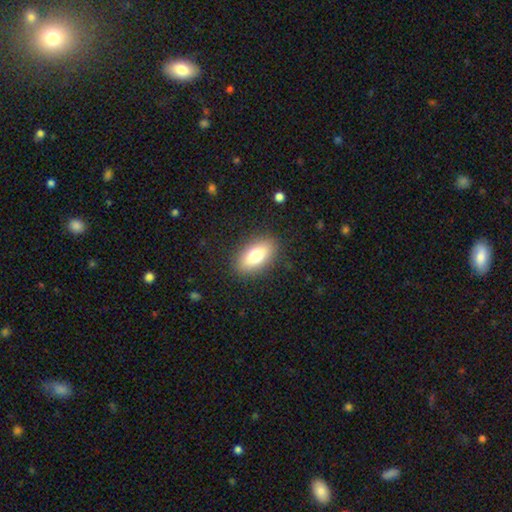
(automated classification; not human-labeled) Overall: smooth (77%). How rounded: in between (88%). Merging: none (86%).